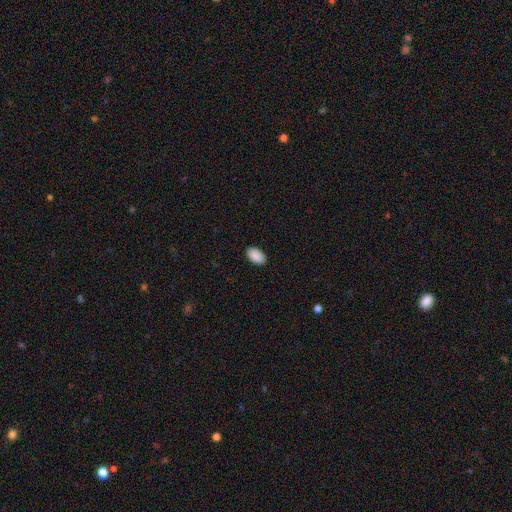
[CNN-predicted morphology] smooth_or_featured: smooth (p=0.90) [alt: star or artifact p=0.07]
how_rounded: in between (p=0.94) [alt: round p=0.05]
merging: none (p=0.89) [alt: minor disturbance p=0.08]